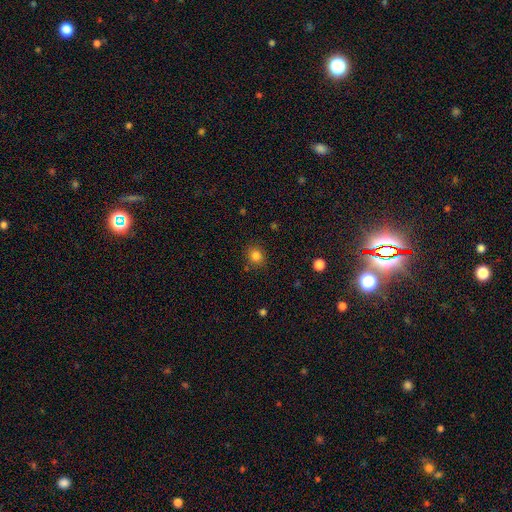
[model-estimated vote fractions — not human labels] Smooth or featured?
  - smooth: 83% *
  - star or artifact: 12%
  - featured or disk: 5%
How rounded?
  - round: 77% *
  - in between: 22%
  - cigar-shaped: 1%
Merging?
  - none: 84% *
  - minor disturbance: 11%
  - major disturbance: 3%
  - merger: 2%